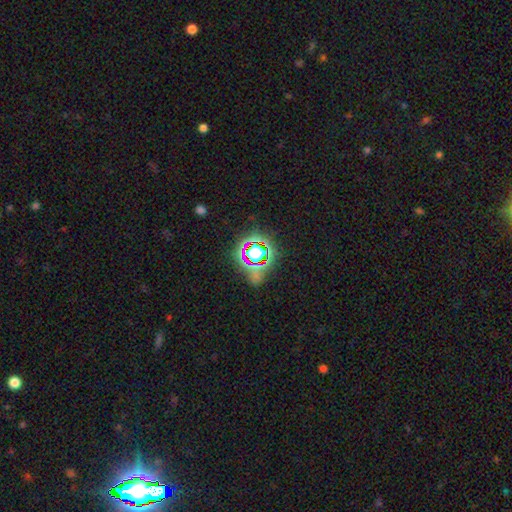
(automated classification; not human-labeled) The model was most divided on "smooth or featured": star or artifact: 74%, smooth: 16%, featured or disk: 10%.